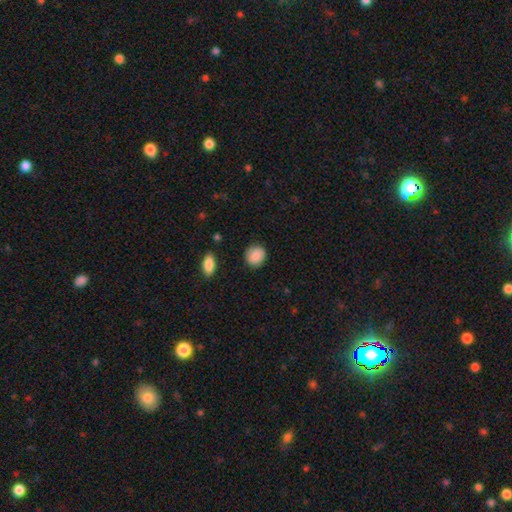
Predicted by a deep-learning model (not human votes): smooth 89%, star or artifact 7%, featured or disk 4%. Down the decision tree: how rounded — round (78%); merging — none (86%).